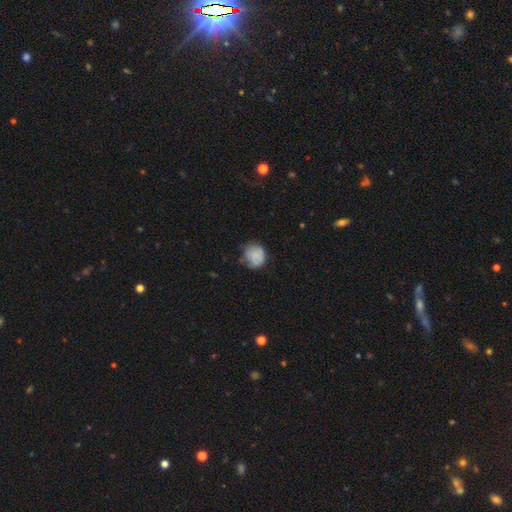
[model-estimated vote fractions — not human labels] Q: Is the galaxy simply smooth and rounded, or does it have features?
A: smooth — 74%.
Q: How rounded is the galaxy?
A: round — 79%.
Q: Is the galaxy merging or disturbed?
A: none — 59%.